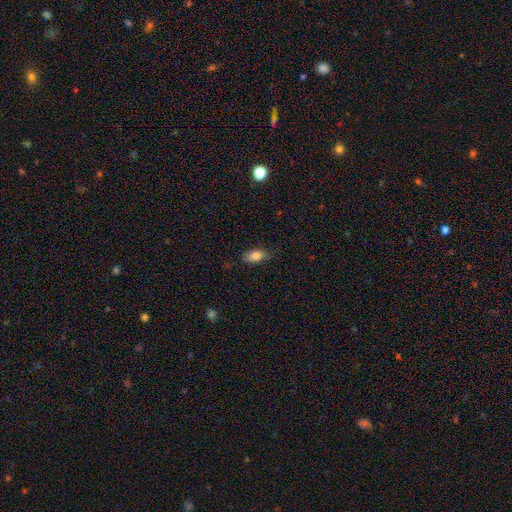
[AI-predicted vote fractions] Q: Smooth or featured?
A: smooth (84%); runner-up: star or artifact (8%)
Q: How rounded?
A: in between (89%); runner-up: cigar-shaped (6%)
Q: Merging?
A: none (76%); runner-up: minor disturbance (19%)